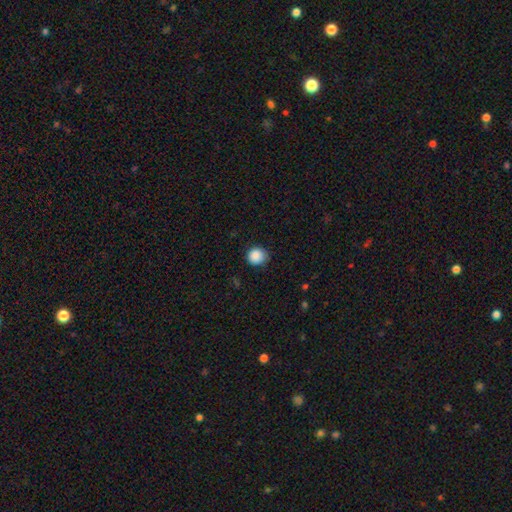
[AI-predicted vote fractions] A smooth galaxy with no disk features (88%) that is round (89%).

Vote fractions:
- Smooth or featured? smooth: 88% / star or artifact: 9% / featured or disk: 3%
- How rounded? round: 89% / in between: 10% / cigar-shaped: 1%
- Merging? none: 82% / minor disturbance: 14% / major disturbance: 3% / merger: 1%